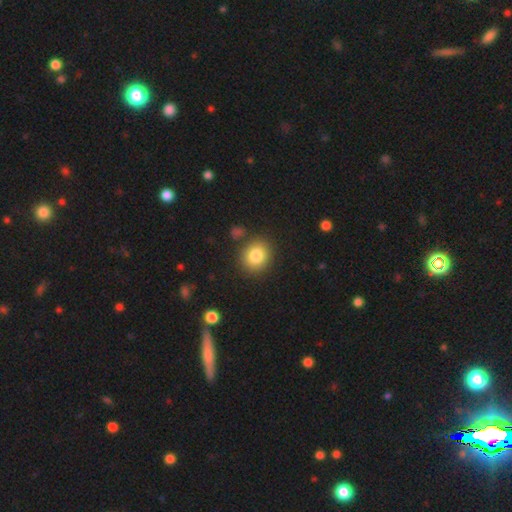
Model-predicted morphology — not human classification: The model was most divided on "how rounded": round: 76%, in between: 23%, cigar-shaped: 1%. More confident: merging — none (85%); smooth or featured — smooth (84%).